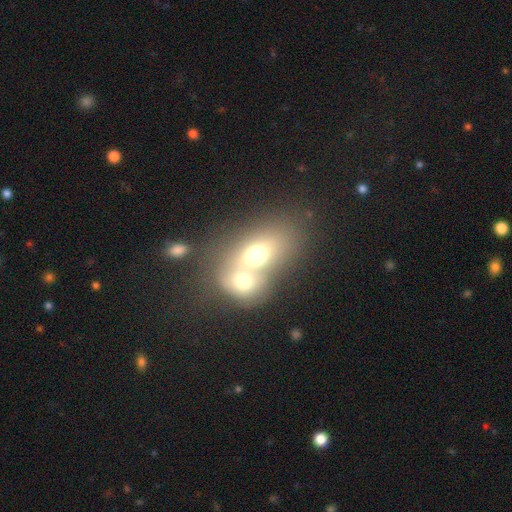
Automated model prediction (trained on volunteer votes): Morphology: type=smooth (63%); roundness=in between (68%); merging=merger (73%).